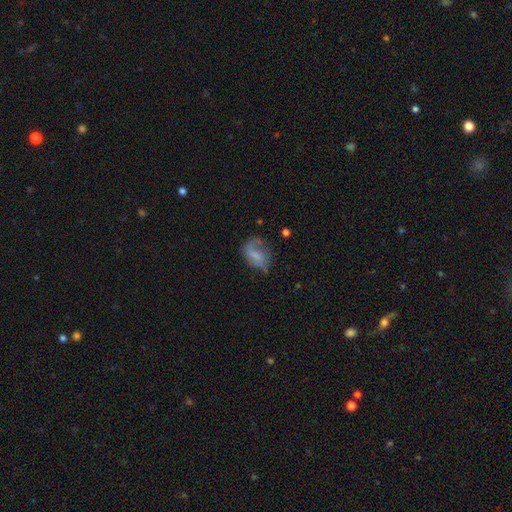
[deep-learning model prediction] smooth_or_featured: featured or disk (p=0.47) [alt: smooth p=0.43]
merging: none (p=0.40) [alt: major disturbance p=0.28]